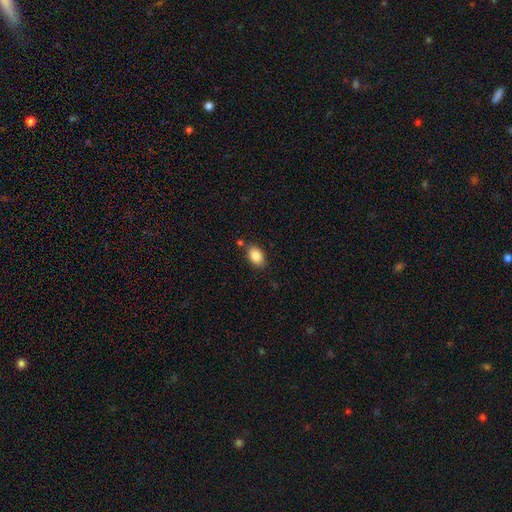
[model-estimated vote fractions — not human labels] This is clearly a smooth galaxy (86%). How rounded: clearly in between (85%). Merging: clearly none (80%).